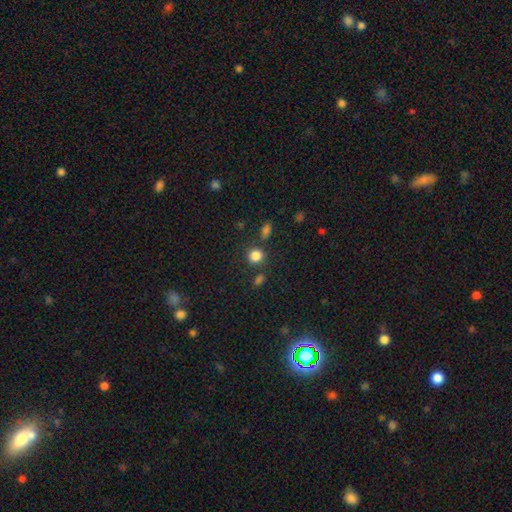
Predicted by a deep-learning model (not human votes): A smooth galaxy with no disk features (83%) that is round (83%).

Vote fractions:
- Smooth or featured? smooth: 83% / star or artifact: 13% / featured or disk: 5%
- How rounded? round: 83% / in between: 16% / cigar-shaped: 1%
- Merging? none: 77% / minor disturbance: 10% / merger: 9% / major disturbance: 4%